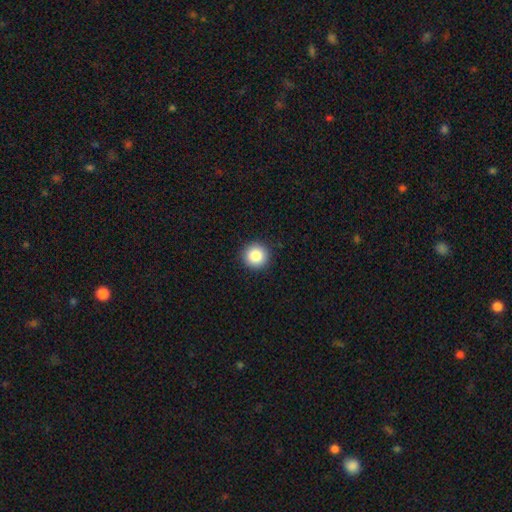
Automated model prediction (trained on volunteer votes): This appears to be a smooth galaxy with no disk features (86%) that is round (96%). Merging: none (93%).